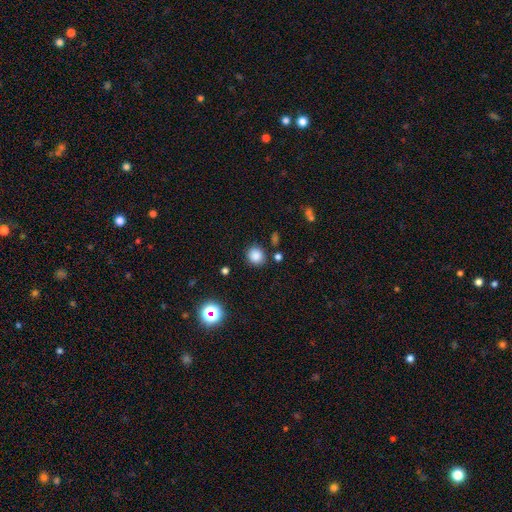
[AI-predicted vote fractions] Q: Smooth or featured?
A: smooth (84%); runner-up: star or artifact (12%)
Q: How rounded?
A: round (85%); runner-up: in between (14%)
Q: Merging?
A: none (85%); runner-up: minor disturbance (9%)